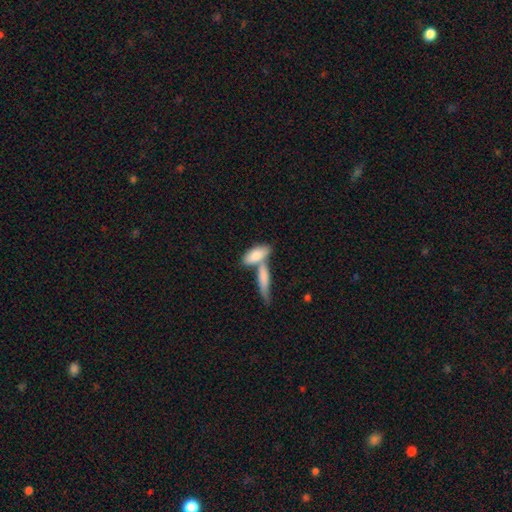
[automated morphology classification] A smooth galaxy with no disk features (79%) that is in between round and cigar-shaped (72%). Merging: merger (48%).